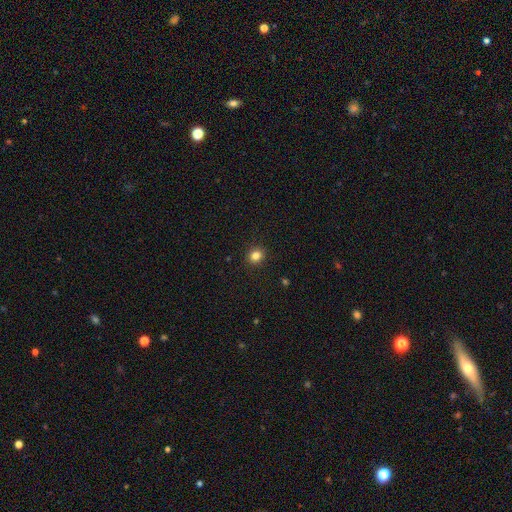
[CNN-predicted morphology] A smooth galaxy with no disk features (83%) that is round (85%). Merging: none (92%).